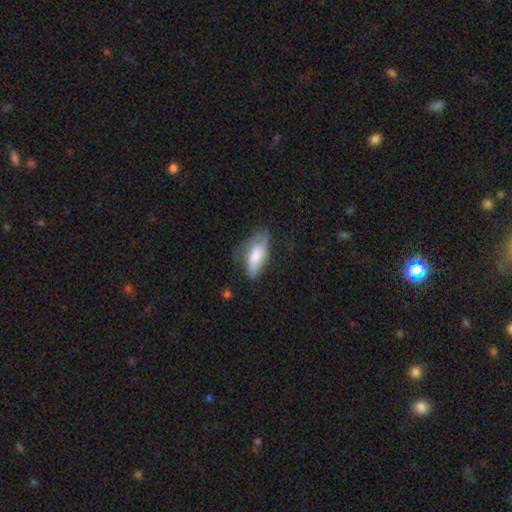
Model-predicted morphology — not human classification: Smooth or featured? smooth (68%)
How rounded? in between (79%)
Merging? none (50%)